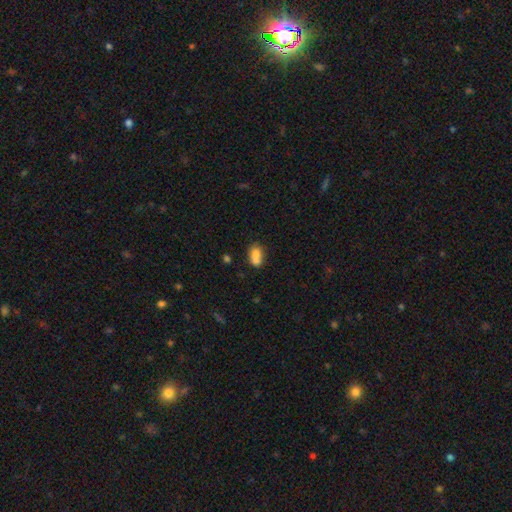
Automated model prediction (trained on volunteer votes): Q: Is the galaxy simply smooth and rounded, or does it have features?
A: smooth — 74%.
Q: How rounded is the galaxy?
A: in between — 75%.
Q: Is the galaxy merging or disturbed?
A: merger — 45%.